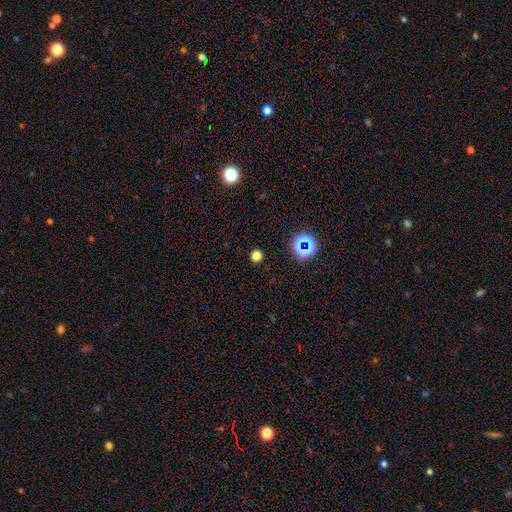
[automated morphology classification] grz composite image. It shows a smooth galaxy with no disk features (71%) that is round (93%). Merging: none (90%).